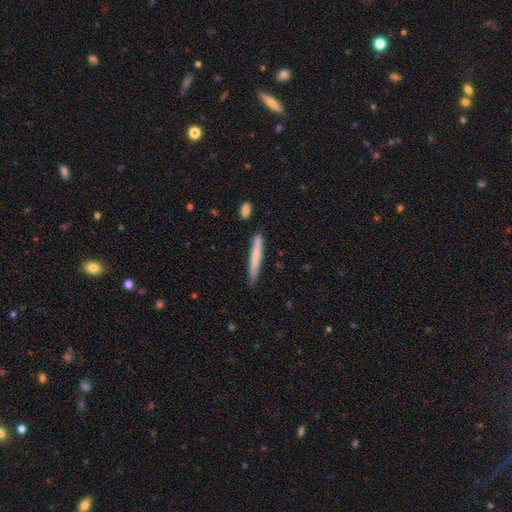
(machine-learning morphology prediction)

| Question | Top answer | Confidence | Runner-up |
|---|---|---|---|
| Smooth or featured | smooth | 71% | featured or disk (23%) |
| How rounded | cigar-shaped | 96% | in between (3%) |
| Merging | none | 85% | minor disturbance (11%) |